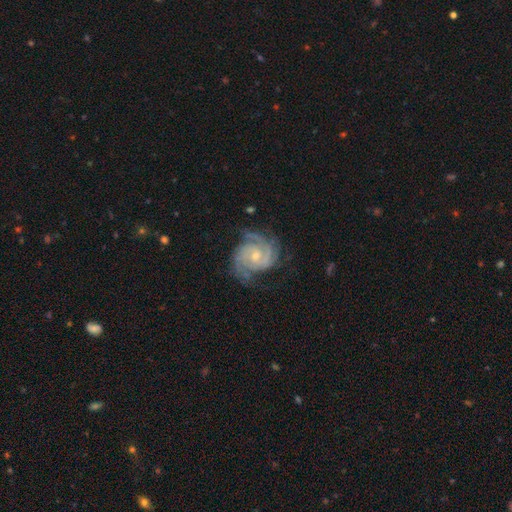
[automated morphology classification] Smooth or featured? featured or disk (90%)
Edge-on disk? no (98%)
Bar? no (65%)
Spiral arms? yes (98%)
Spiral winding? tight (63%)
Spiral arm count? 2 (43%)
Bulge size? small (58%)
Merging? none (69%)